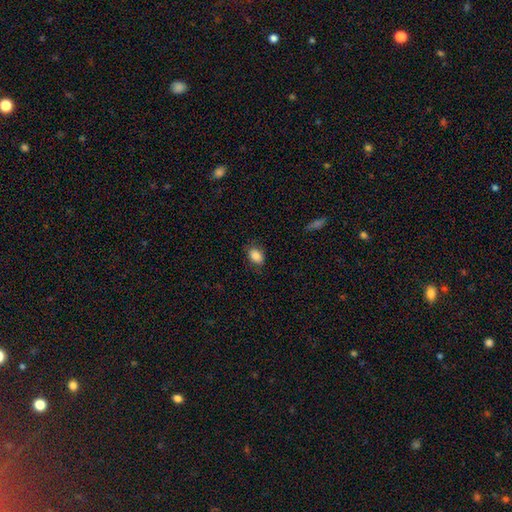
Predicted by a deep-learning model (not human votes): Q: Smooth or featured?
A: smooth (86%); runner-up: star or artifact (8%)
Q: How rounded?
A: in between (80%); runner-up: round (19%)
Q: Merging?
A: none (79%); runner-up: minor disturbance (17%)